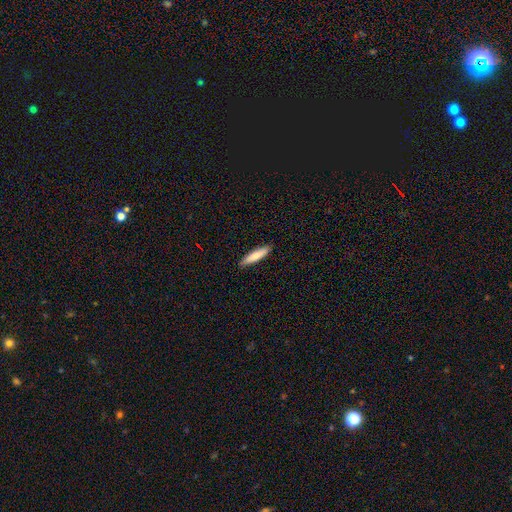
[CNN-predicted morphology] Smooth or featured? smooth (79%)
How rounded? cigar-shaped (85%)
Merging? none (91%)